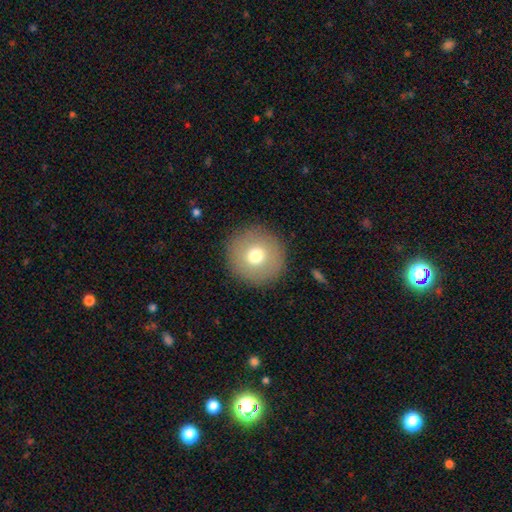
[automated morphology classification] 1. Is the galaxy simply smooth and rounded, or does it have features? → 72% smooth, 18% featured or disk, 10% star or artifact.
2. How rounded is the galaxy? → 95% round, 4% in between, 1% cigar-shaped.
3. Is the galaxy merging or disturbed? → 91% none, 6% minor disturbance, 3% major disturbance, 1% merger.